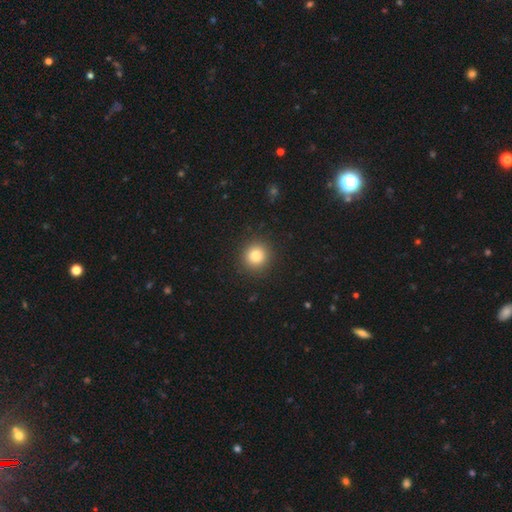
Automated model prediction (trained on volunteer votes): A smooth galaxy with no disk features (83%) that is round (92%). Merging: none (91%).